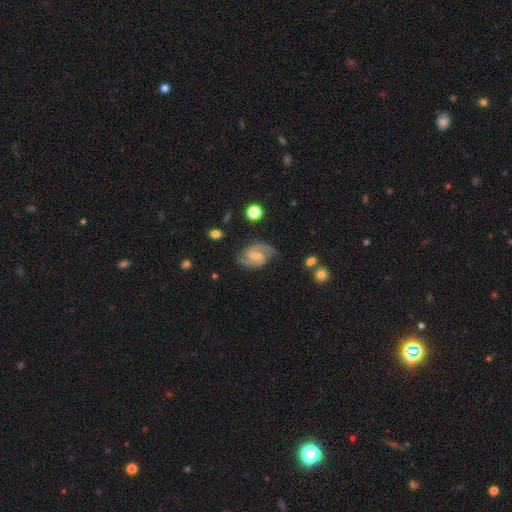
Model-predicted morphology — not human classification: Overall: featured or disk (90%). Edge-on disk: no (98%). Bar: weak (55%; no 23%). Spiral arms: yes (98%). Spiral arm count: 2 (92%). Spiral winding: medium (59%; tight 27%). Bulge size: small (51%; moderate 32%). Merging: none (78%).